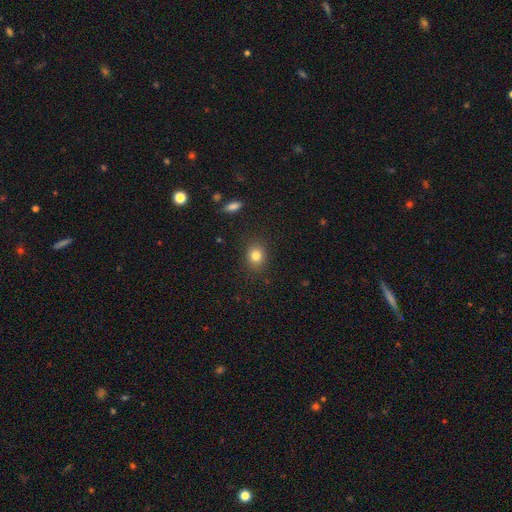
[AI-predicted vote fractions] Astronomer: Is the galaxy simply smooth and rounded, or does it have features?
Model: smooth — 81%.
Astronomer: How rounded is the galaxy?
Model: round — 69%.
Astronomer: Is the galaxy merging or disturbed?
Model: none — 88%.